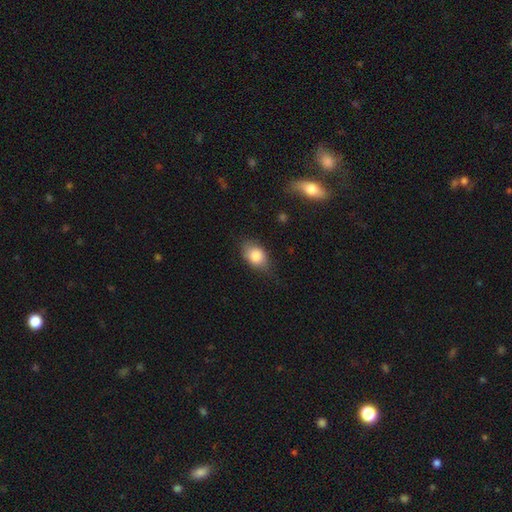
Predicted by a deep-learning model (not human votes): Smooth or featured? smooth (83%)
How rounded? in between (82%)
Merging? none (72%)